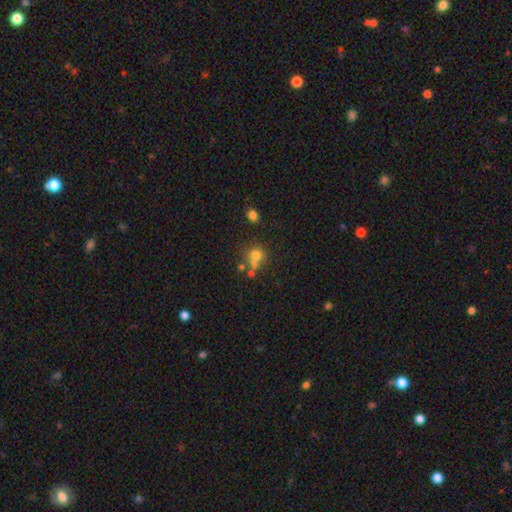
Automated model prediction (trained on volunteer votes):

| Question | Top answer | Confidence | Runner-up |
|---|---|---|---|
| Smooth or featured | smooth | 70% | star or artifact (16%) |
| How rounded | round | 83% | in between (16%) |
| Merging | none | 49% | merger (32%) |